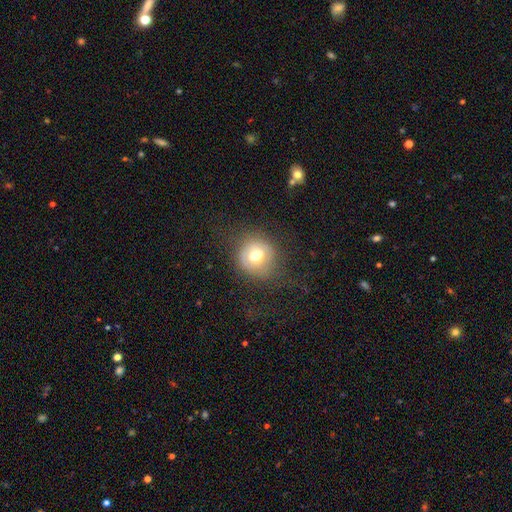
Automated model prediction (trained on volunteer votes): Smooth or featured? smooth (55%)
How rounded? round (82%)
Merging? none (68%)